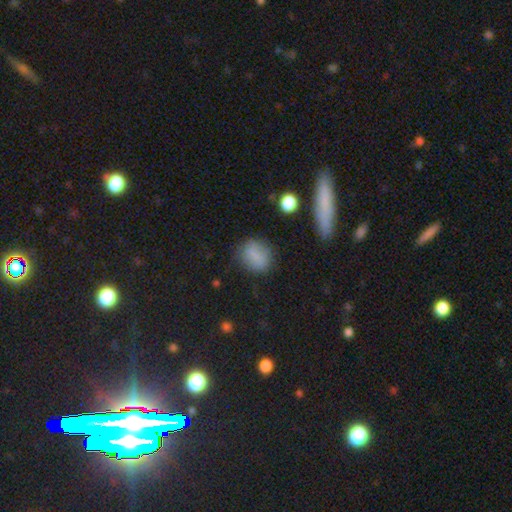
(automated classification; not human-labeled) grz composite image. It shows a smooth galaxy with no disk features (80%) that is round (52%). Merging: none (77%).